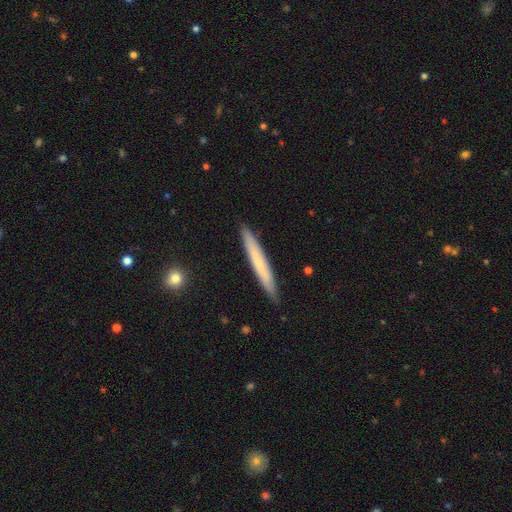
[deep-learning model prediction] This appears to be a smooth galaxy with no disk features (54%) that is cigar-shaped (96%). Merging: none (90%).